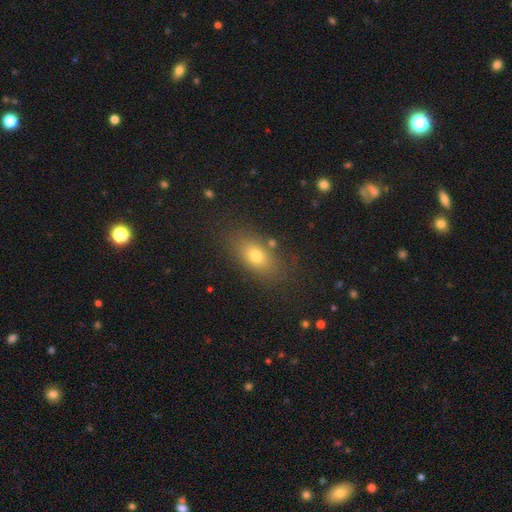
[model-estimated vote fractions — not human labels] Q: Smooth or featured?
A: smooth (75%); runner-up: featured or disk (14%)
Q: How rounded?
A: in between (81%); runner-up: round (12%)
Q: Merging?
A: none (81%); runner-up: minor disturbance (12%)